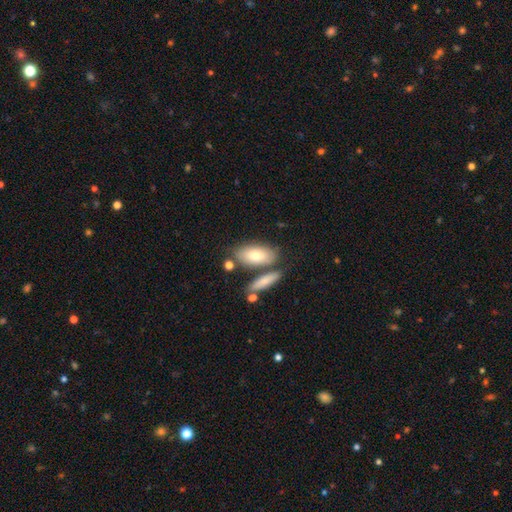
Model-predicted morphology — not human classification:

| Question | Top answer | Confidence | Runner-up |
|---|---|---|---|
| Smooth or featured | smooth | 75% | featured or disk (19%) |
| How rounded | in between | 85% | cigar-shaped (11%) |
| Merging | none | 65% | merger (18%) |